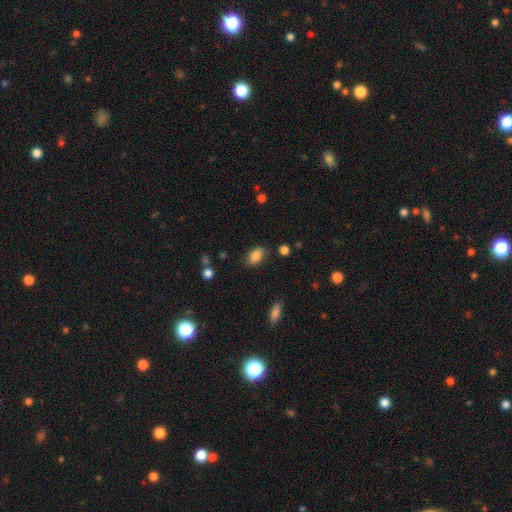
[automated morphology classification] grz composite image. It shows a smooth galaxy with no disk features (85%) that is in between round and cigar-shaped (90%). Merging: none (81%).